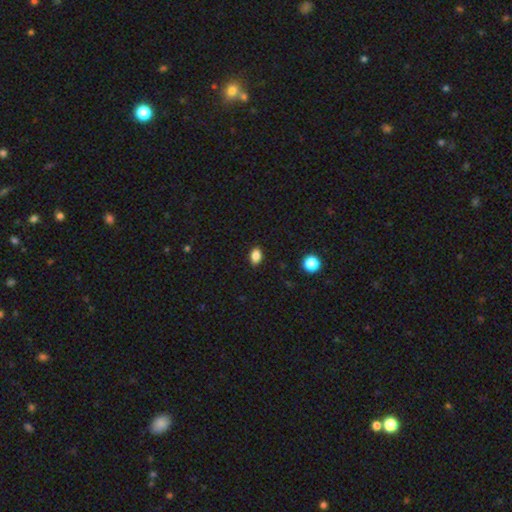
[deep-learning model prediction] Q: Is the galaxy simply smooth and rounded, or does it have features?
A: smooth — 86%.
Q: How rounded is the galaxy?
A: in between — 82%.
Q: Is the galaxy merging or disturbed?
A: none — 89%.